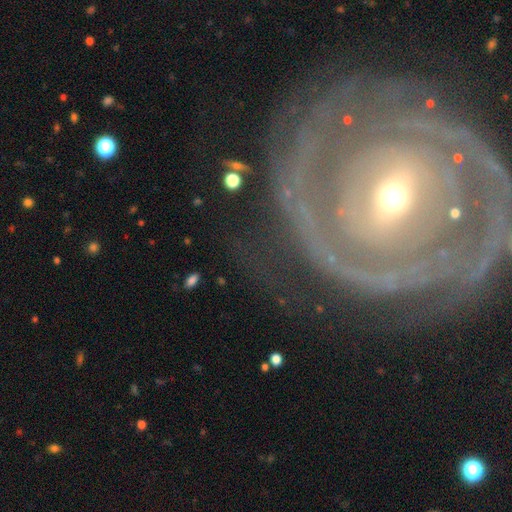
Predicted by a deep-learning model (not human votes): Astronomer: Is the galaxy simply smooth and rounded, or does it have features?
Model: featured or disk — 82%.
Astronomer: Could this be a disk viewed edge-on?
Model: no — 95%.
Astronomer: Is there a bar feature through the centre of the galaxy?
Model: strong — 35% (runner-up: weak, 34%).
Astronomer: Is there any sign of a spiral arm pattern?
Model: yes — 81%.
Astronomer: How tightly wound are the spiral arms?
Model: tight — 77%.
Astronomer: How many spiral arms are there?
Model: can't tell — 37% (runner-up: 2, 26%).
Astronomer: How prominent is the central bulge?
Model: small — 53% (runner-up: moderate, 41%).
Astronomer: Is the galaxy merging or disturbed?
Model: none — 73%.